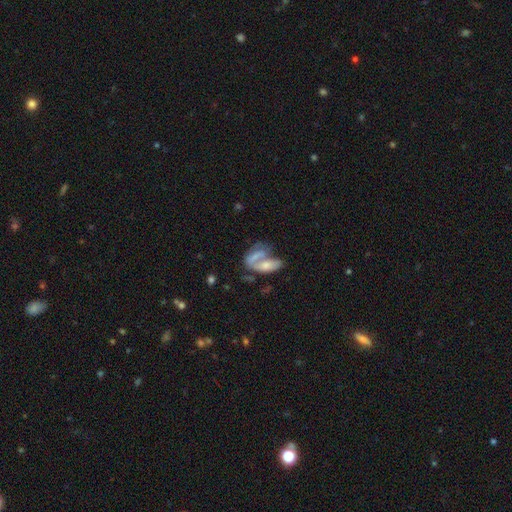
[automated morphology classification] Smooth or featured?
  - smooth: 47% *
  - featured or disk: 42%
  - star or artifact: 12%
Merging?
  - merger: 53% *
  - none: 22%
  - major disturbance: 14%
  - minor disturbance: 11%